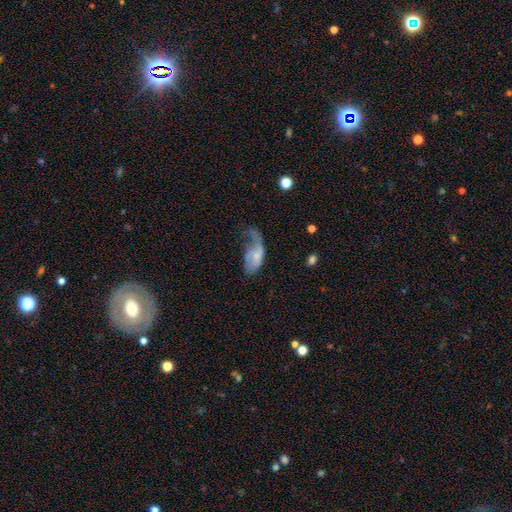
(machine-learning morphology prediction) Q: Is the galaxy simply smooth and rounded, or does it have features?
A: smooth — 47%.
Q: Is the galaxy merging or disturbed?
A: major disturbance — 55%.